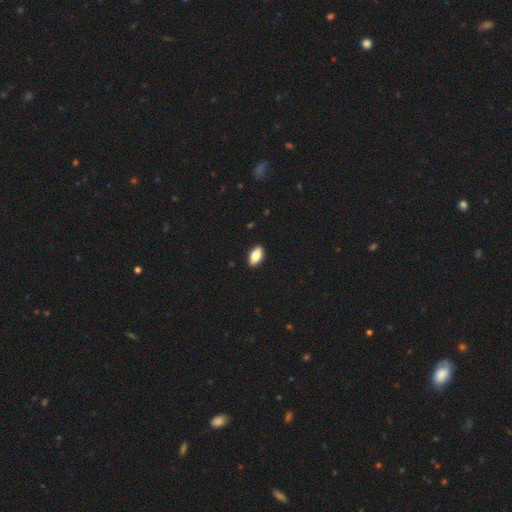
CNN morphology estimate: Smooth or featured? smooth (81%)
How rounded? in between (92%)
Merging? none (90%)